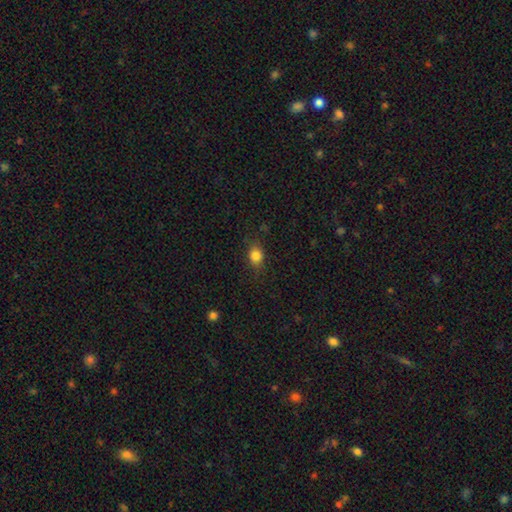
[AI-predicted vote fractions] smooth-or-featured: smooth: 82% | star or artifact: 11% | featured or disk: 6%
  how-rounded: round: 49% (tied) | in between: 49% (tied) | cigar-shaped: 2%
  merging: none: 81% | minor disturbance: 14% | major disturbance: 4% | merger: 1%